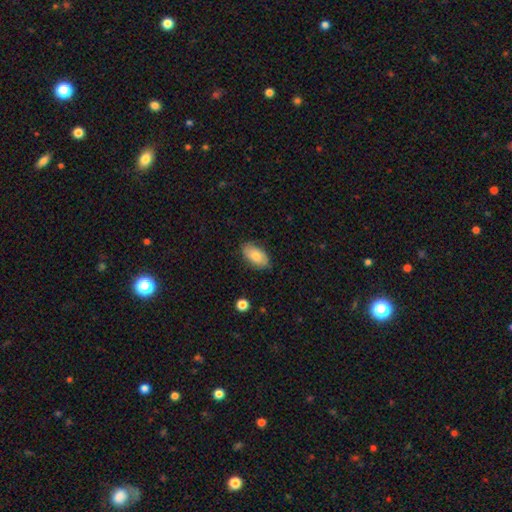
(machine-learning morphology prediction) Smooth or featured? Predicted: smooth (p=0.77). How rounded? Predicted: in between (p=0.94). Merging? Predicted: none (p=0.80).